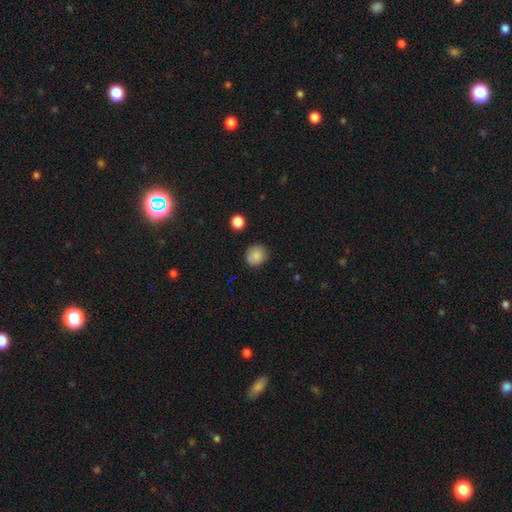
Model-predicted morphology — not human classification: smooth_or_featured: smooth (p=0.86) [alt: star or artifact p=0.09]
how_rounded: round (p=0.86) [alt: in between p=0.13]
merging: none (p=0.86) [alt: minor disturbance p=0.10]